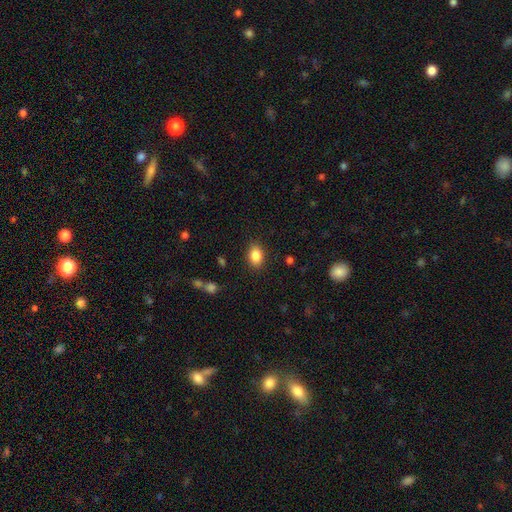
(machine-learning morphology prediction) This is clearly a smooth galaxy (86%). How rounded: likely in between (77%). Merging: clearly none (87%).